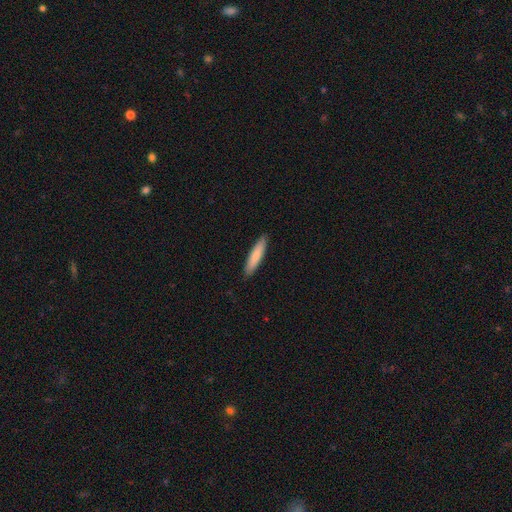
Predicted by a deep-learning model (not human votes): A smooth galaxy with no disk features (81%) that is cigar-shaped (84%). Merging: none (90%).